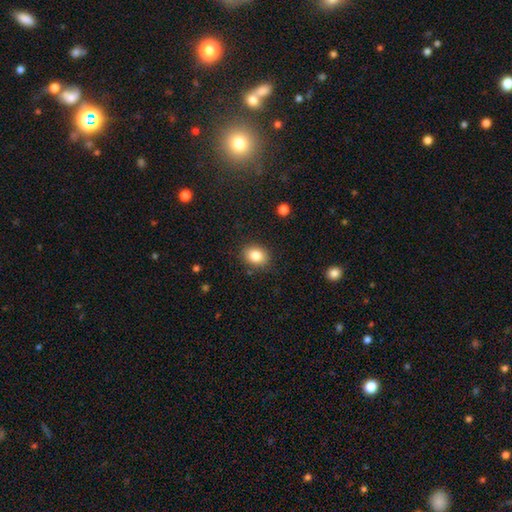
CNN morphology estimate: A smooth galaxy with no disk features (84%) that is in between round and cigar-shaped (59%). Merging: none (85%).